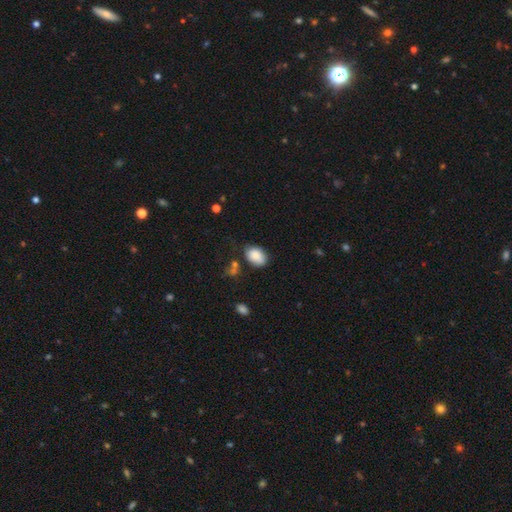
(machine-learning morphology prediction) Smooth or featured?
  - smooth: 87% *
  - star or artifact: 8%
  - featured or disk: 5%
How rounded?
  - in between: 82% *
  - round: 17%
  - cigar-shaped: 1%
Merging?
  - none: 67% *
  - minor disturbance: 23%
  - major disturbance: 5%
  - merger: 4%